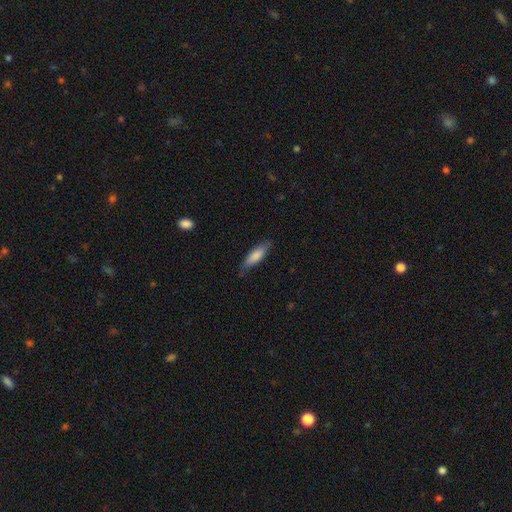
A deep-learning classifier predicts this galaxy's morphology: A smooth galaxy with no disk features (81%) that is cigar-shaped (49%, tied with in between).

Vote fractions:
- Smooth or featured? smooth: 81% / featured or disk: 14% / star or artifact: 6%
- How rounded? cigar-shaped: 49% (tied) / in between: 49% (tied) / round: 2%
- Merging? none: 74% / minor disturbance: 20% / major disturbance: 4% / merger: 1%